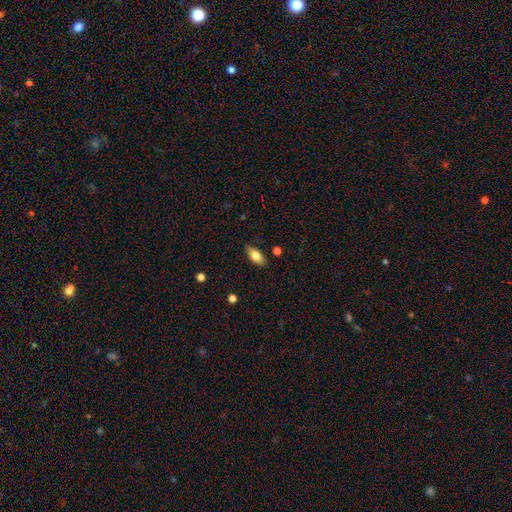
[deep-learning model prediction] Smooth or featured? smooth (80%)
How rounded? in between (87%)
Merging? none (83%)